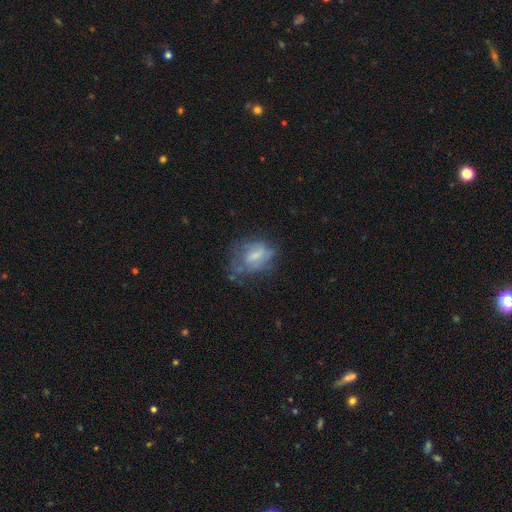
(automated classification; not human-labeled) Smooth or featured?
  - smooth: 46% *
  - featured or disk: 44%
  - star or artifact: 10%
Merging?
  - none: 41% *
  - minor disturbance: 30%
  - major disturbance: 26%
  - merger: 3%